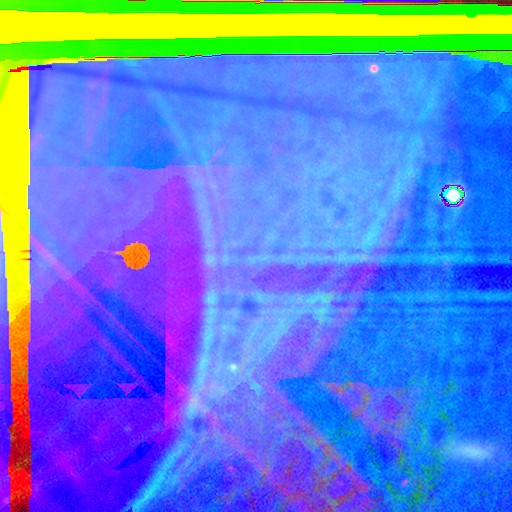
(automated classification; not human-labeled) Morphology: type=star or artifact (90%).